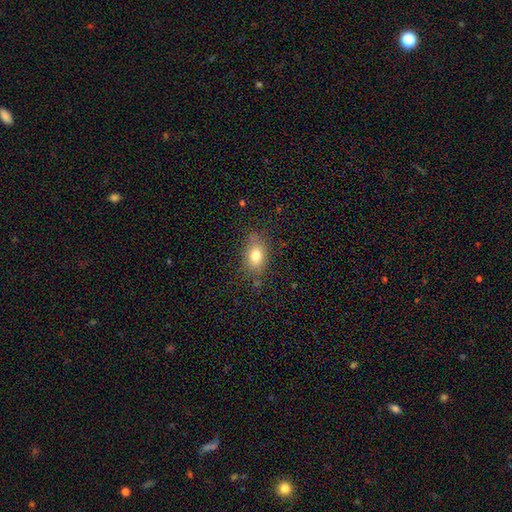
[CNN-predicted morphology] smooth_or_featured: smooth (p=0.78) [alt: featured or disk p=0.12]
how_rounded: in between (p=0.82) [alt: round p=0.15]
merging: none (p=0.77) [alt: minor disturbance p=0.17]